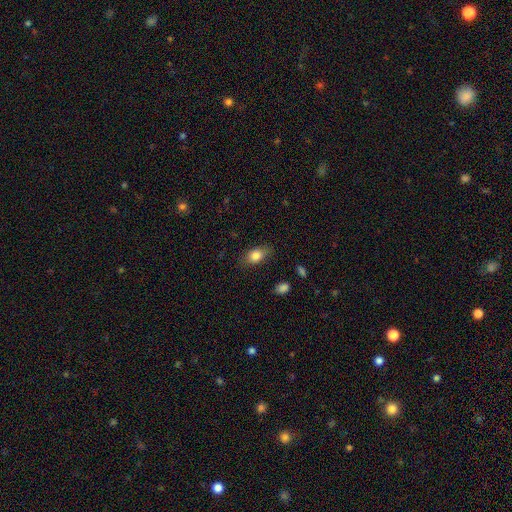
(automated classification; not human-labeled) Overall: smooth (82%). How rounded: in between (82%). Merging: none (80%).